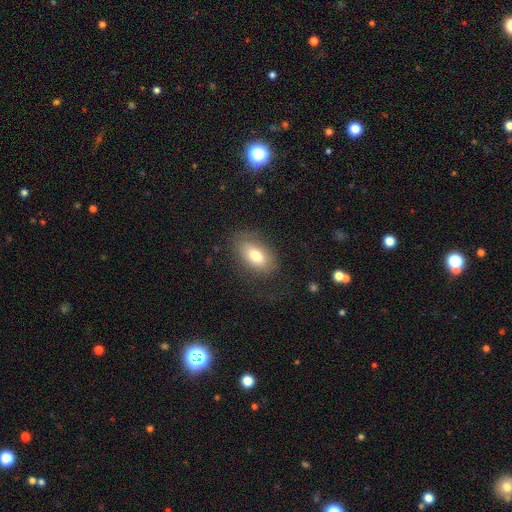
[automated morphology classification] The model was most divided on "smooth or featured": smooth: 74%, featured or disk: 19%, star or artifact: 8%. More confident: how rounded — in between (91%); merging — none (73%).